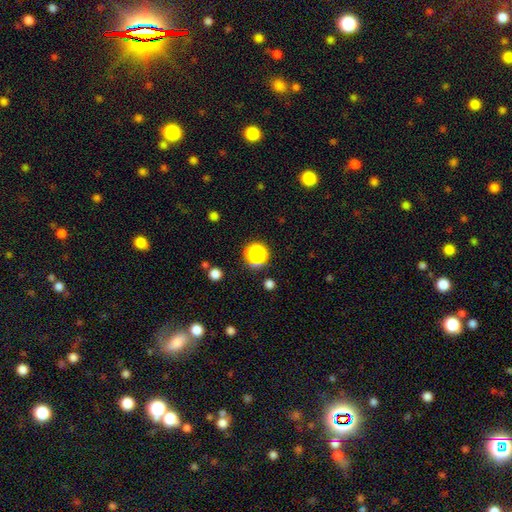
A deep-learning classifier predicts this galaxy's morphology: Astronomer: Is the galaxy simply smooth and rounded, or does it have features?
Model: smooth — 63%.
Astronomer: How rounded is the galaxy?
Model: round — 91%.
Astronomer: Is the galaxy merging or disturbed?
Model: none — 78%.